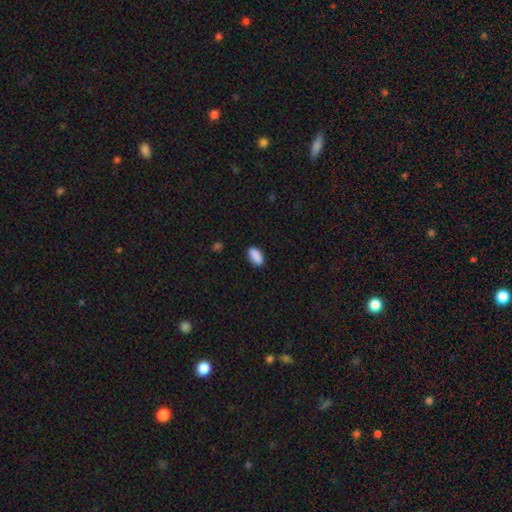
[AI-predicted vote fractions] smooth_or_featured: smooth (p=0.90) [alt: star or artifact p=0.07]
how_rounded: in between (p=0.91) [alt: cigar-shaped p=0.05]
merging: none (p=0.87) [alt: minor disturbance p=0.09]